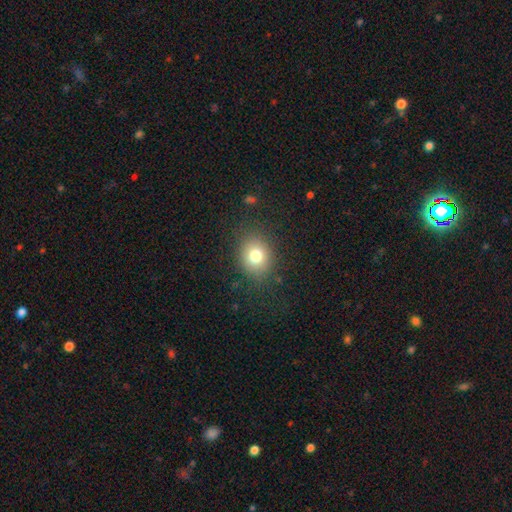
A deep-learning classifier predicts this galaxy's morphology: Smooth or featured?
  - smooth: 77% *
  - star or artifact: 13%
  - featured or disk: 10%
How rounded?
  - round: 67% *
  - in between: 32%
  - cigar-shaped: 1%
Merging?
  - none: 85% *
  - minor disturbance: 10%
  - major disturbance: 4%
  - merger: 1%